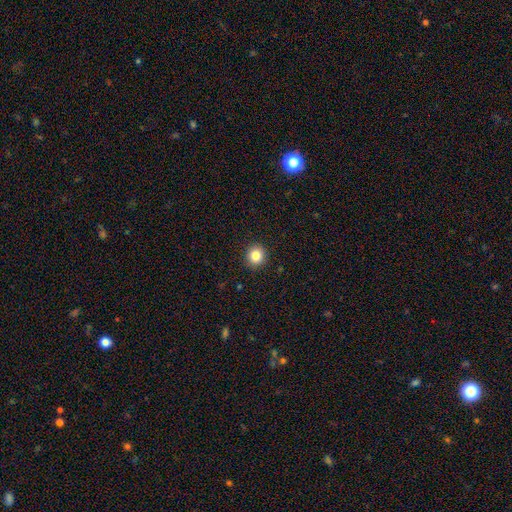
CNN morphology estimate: A smooth galaxy with no disk features (84%) that is round (91%).

Vote fractions:
- Smooth or featured? smooth: 84% / star or artifact: 10% / featured or disk: 6%
- How rounded? round: 91% / in between: 8% / cigar-shaped: 1%
- Merging? none: 92% / minor disturbance: 5% / major disturbance: 2% / merger: 1%